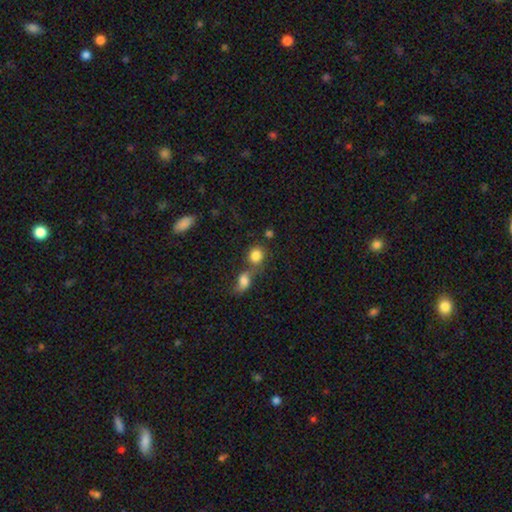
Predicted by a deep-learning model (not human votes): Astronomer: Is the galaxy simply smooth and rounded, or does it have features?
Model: smooth — 82%.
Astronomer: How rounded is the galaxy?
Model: round — 74%.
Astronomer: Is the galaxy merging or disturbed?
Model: none — 43% (runner-up: merger, 42%).